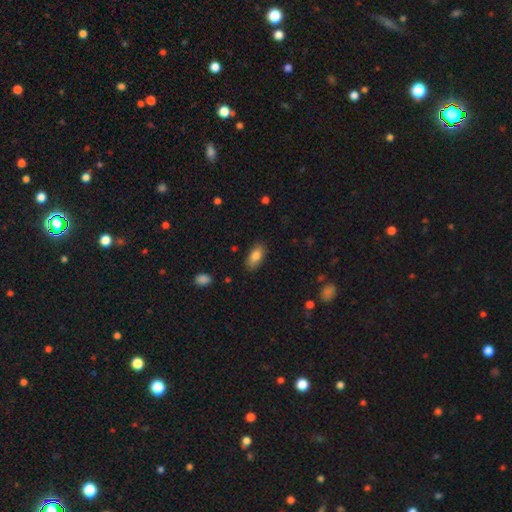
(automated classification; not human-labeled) Overall: smooth (84%). How rounded: in between (89%). Merging: none (84%).